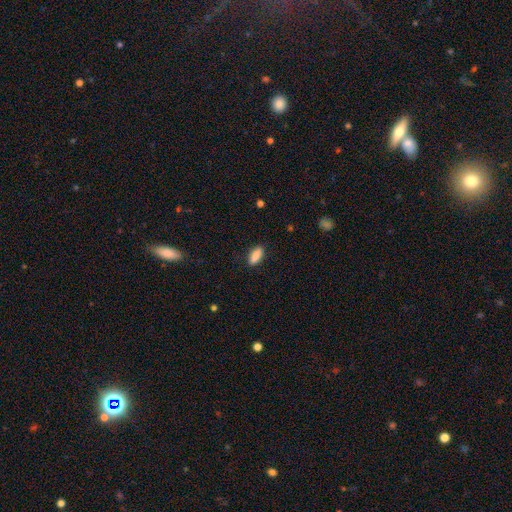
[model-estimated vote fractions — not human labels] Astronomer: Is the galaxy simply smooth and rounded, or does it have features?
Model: smooth — 88%.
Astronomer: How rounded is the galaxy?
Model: in between — 76%.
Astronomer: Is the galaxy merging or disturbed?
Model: none — 87%.